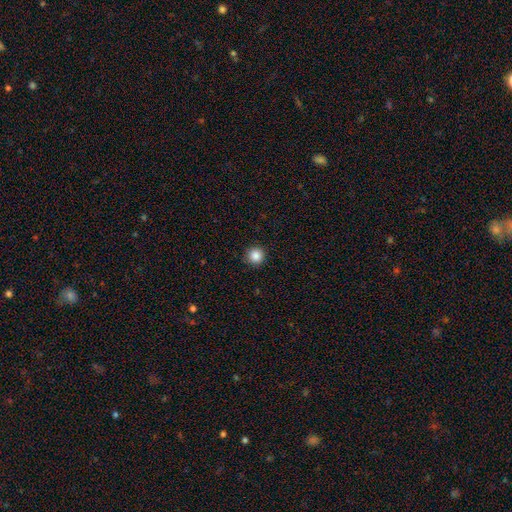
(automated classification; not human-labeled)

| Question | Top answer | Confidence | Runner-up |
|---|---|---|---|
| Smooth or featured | smooth | 86% | star or artifact (10%) |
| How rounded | round | 96% | in between (3%) |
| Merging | none | 92% | minor disturbance (5%) |